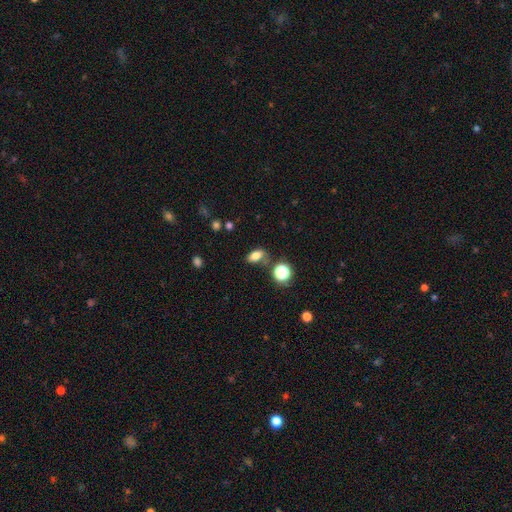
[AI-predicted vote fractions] Q: Smooth or featured?
A: smooth (78%); runner-up: star or artifact (13%)
Q: How rounded?
A: in between (84%); runner-up: round (12%)
Q: Merging?
A: none (71%); runner-up: minor disturbance (16%)